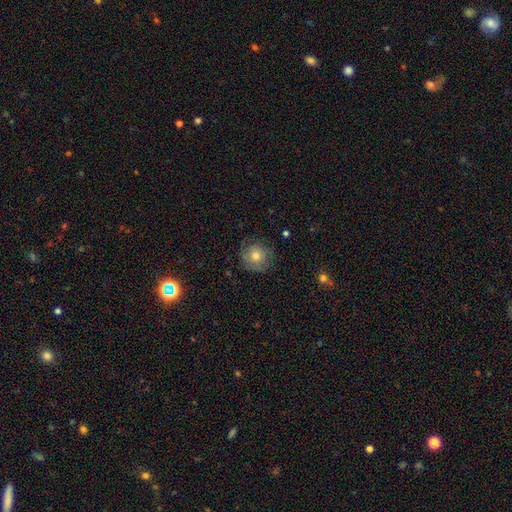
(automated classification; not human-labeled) A smooth galaxy with no disk features (55%) that is round (91%). Merging: none (78%).